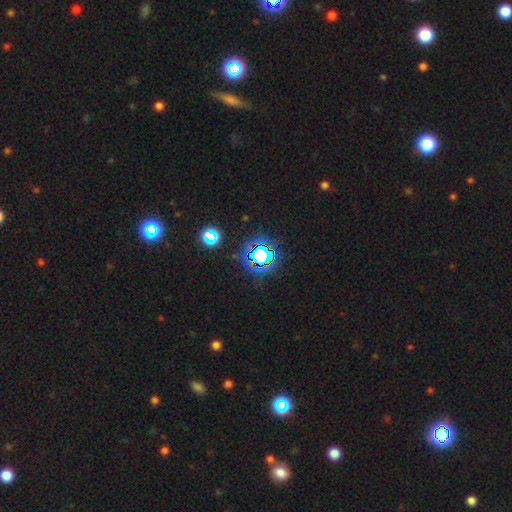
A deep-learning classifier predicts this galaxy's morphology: A star or artifact, not a galaxy (79%).